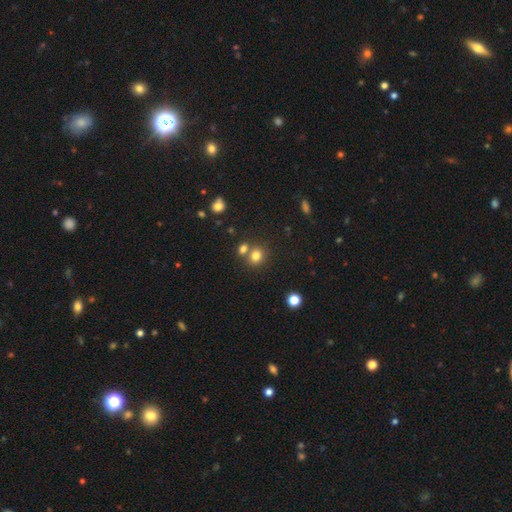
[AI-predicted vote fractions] smooth_or_featured: smooth (p=0.79) [alt: star or artifact p=0.14]
how_rounded: round (p=0.70) [alt: in between p=0.29]
merging: none (p=0.60) [alt: merger p=0.28]